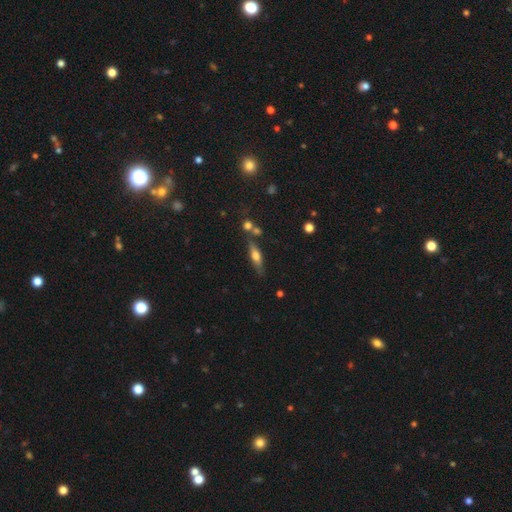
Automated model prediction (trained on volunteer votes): A featured or disk galaxy (48%).

Vote fractions:
- Smooth or featured? featured or disk: 48% / smooth: 45% / star or artifact: 8%
- Merging? none: 70% / minor disturbance: 14% / merger: 12% / major disturbance: 4%